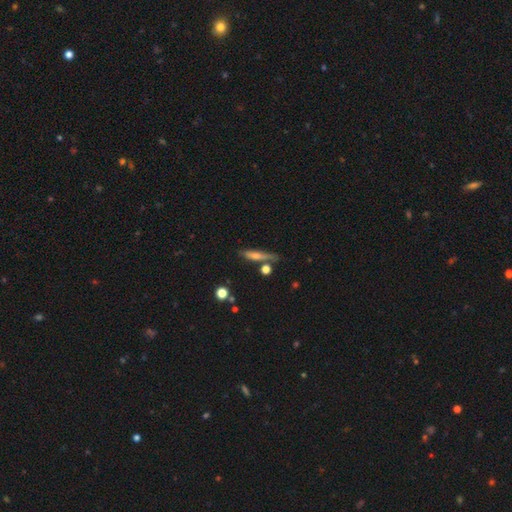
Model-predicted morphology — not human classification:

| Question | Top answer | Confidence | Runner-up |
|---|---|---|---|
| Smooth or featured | smooth | 49% | featured or disk (40%) |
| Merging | none | 63% | minor disturbance (20%) |